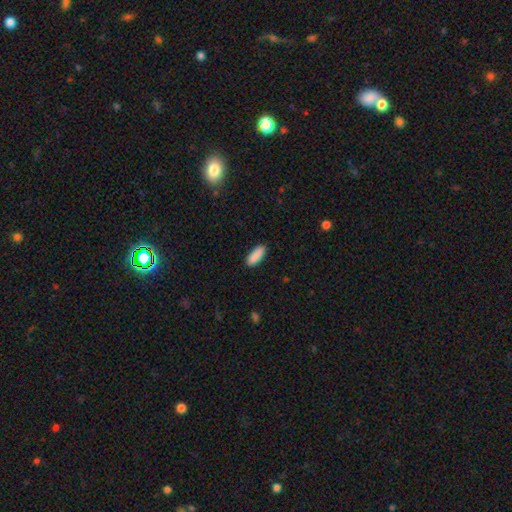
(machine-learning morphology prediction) A smooth galaxy with no disk features (90%) that is in between round and cigar-shaped (68%). Merging: none (89%).